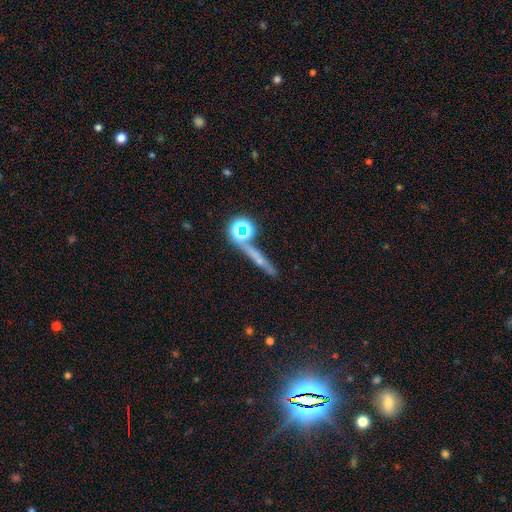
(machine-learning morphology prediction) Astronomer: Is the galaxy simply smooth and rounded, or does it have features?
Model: featured or disk — 40% (runner-up: smooth, 31%).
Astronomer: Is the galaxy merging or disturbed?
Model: none — 74%.